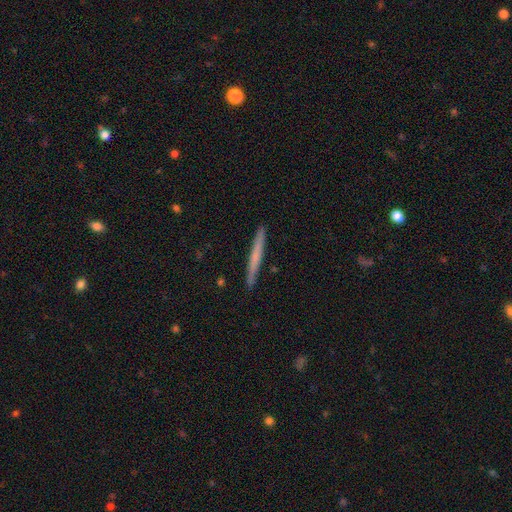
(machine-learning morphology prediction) A smooth galaxy with no disk features (55%) that is cigar-shaped (97%).

Vote fractions:
- Smooth or featured? smooth: 55% / featured or disk: 39% / star or artifact: 6%
- How rounded? cigar-shaped: 97% / in between: 2% / round: 1%
- Merging? none: 91% / minor disturbance: 7% / major disturbance: 1% / merger: 1%